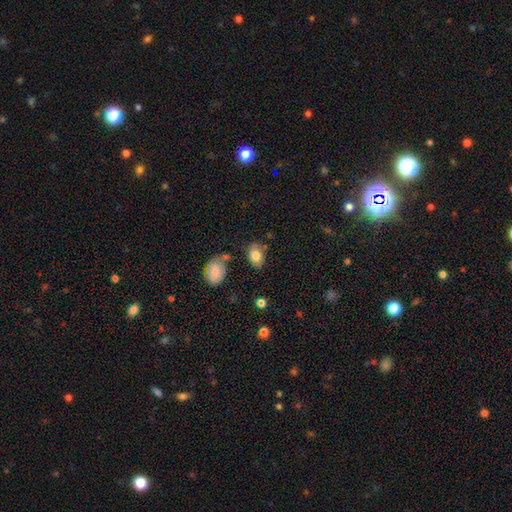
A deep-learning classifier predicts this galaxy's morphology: smooth-or-featured: smooth: 81% | featured or disk: 11% | star or artifact: 8%
  how-rounded: in between: 81% | round: 17% | cigar-shaped: 1%
  merging: none: 67% | minor disturbance: 19% | merger: 9% | major disturbance: 5%